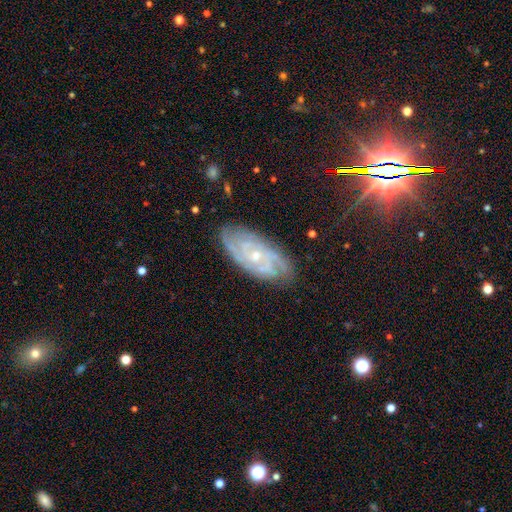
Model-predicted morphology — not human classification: This appears to be a featured or disk galaxy (83%) with no bar (71%), tight (71%) spiral arms (97%) and a small central bulge (71%). Merging: none (80%).